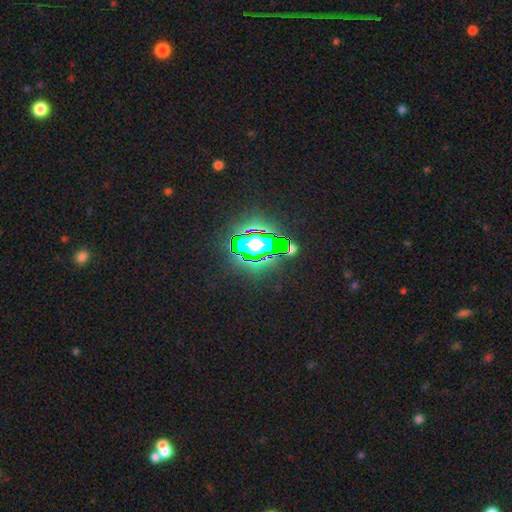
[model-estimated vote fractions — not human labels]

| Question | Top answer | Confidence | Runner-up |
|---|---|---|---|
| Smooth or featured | star or artifact | 83% | smooth (9%) |